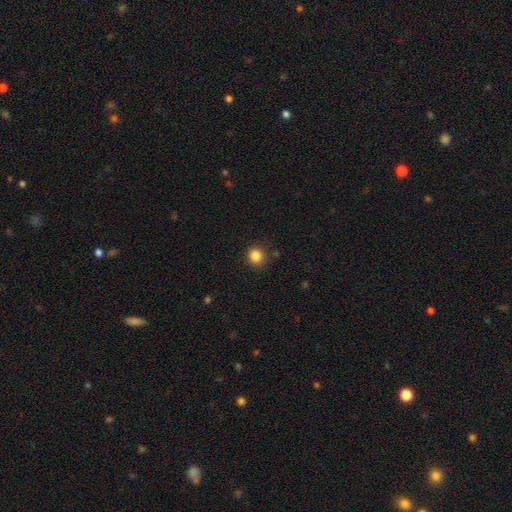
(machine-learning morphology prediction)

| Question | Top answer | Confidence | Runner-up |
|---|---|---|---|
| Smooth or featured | smooth | 85% | star or artifact (11%) |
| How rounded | round | 92% | in between (7%) |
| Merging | none | 88% | minor disturbance (8%) |